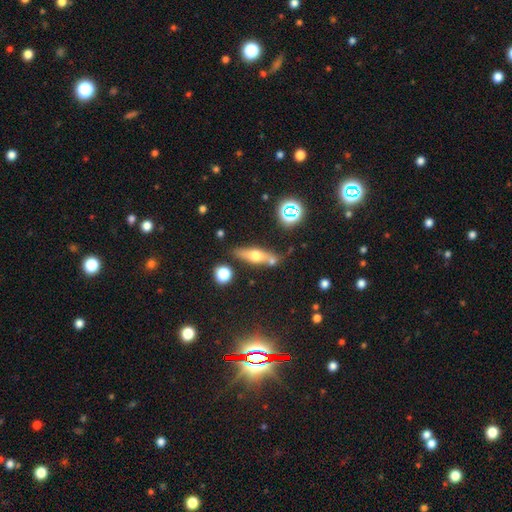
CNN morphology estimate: type=smooth (47%); merging=none (66%).